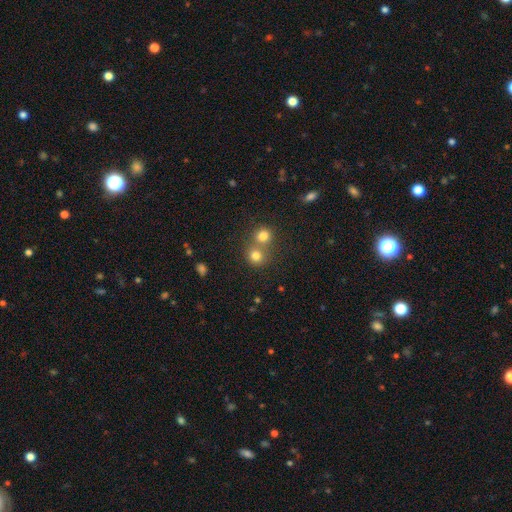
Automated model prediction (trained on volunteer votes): smooth-or-featured: smooth: 78% | star or artifact: 14% | featured or disk: 8%
  how-rounded: round: 87% | in between: 12% | cigar-shaped: 1%
  merging: none: 49% | merger: 43% | minor disturbance: 6% | major disturbance: 3%